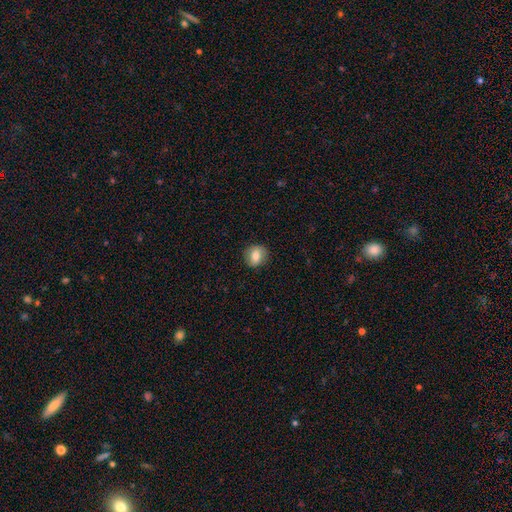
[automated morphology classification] Smooth or featured: smooth — 75% (featured or disk — 16%)
How rounded: round — 76% (in between — 23%)
Merging: none — 86% (minor disturbance — 11%)